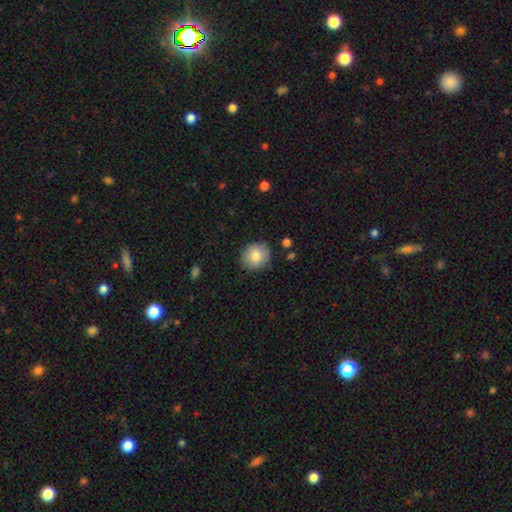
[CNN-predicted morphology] Q: Smooth or featured?
A: smooth (82%); runner-up: featured or disk (10%)
Q: How rounded?
A: round (79%); runner-up: in between (20%)
Q: Merging?
A: none (84%); runner-up: minor disturbance (12%)